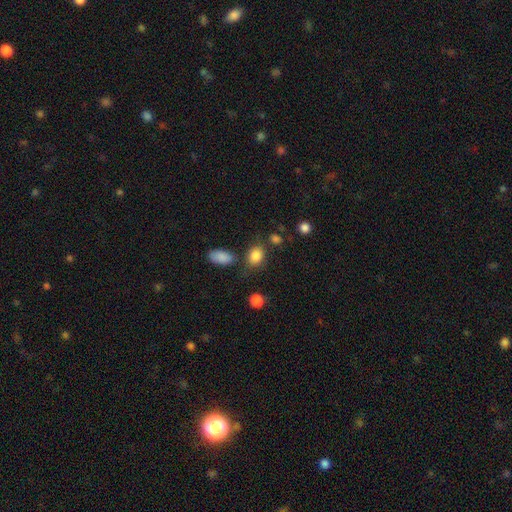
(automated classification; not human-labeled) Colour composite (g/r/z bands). It shows a smooth galaxy with no disk features (85%) that is in between round and cigar-shaped (58%). Merging: none (71%).